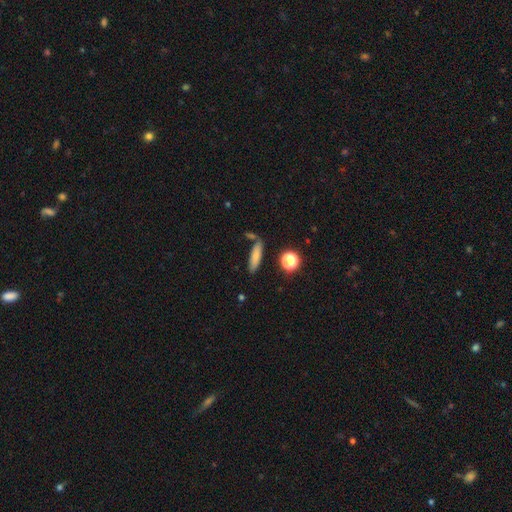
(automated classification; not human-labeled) A smooth galaxy with no disk features (76%) that is cigar-shaped (65%).

Vote fractions:
- Smooth or featured? smooth: 76% / featured or disk: 14% / star or artifact: 11%
- How rounded? cigar-shaped: 65% / in between: 31% / round: 4%
- Merging? none: 74% / minor disturbance: 13% / merger: 9% / major disturbance: 4%